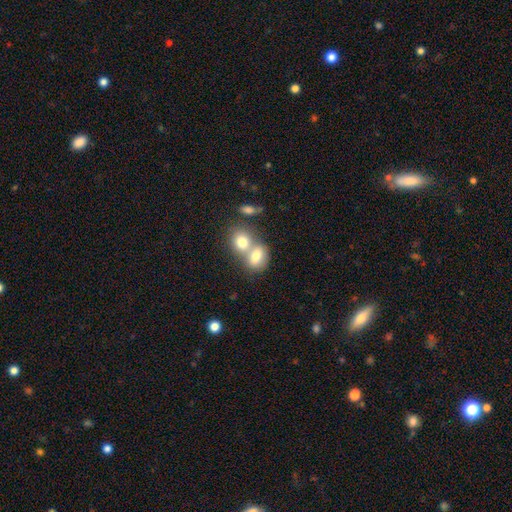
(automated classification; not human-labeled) Morphology: type=smooth (76%); roundness=in between (64%); merging=merger (64%).